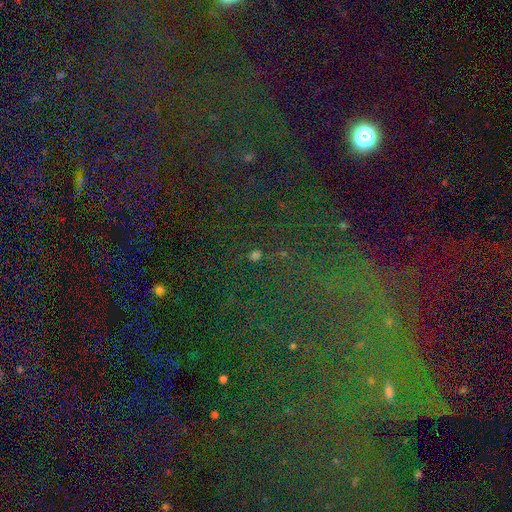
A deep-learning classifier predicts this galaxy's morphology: Smooth or featured? star or artifact (72%)